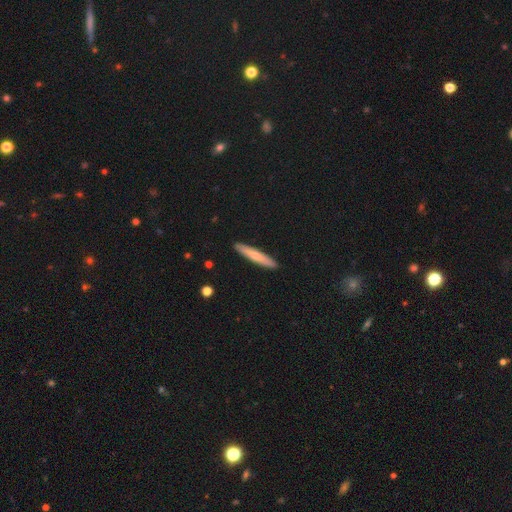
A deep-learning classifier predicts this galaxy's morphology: A smooth galaxy with no disk features (67%) that is cigar-shaped (93%). Merging: none (91%).